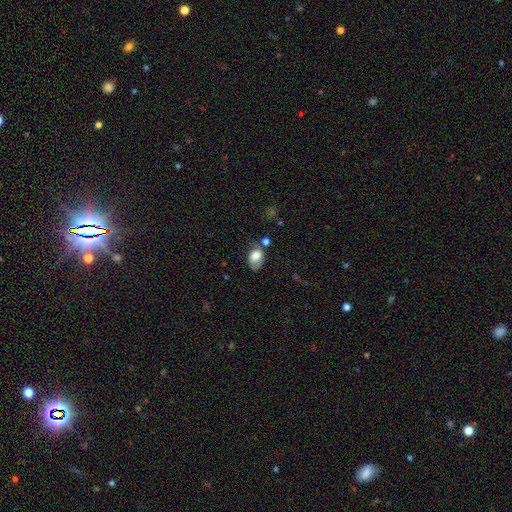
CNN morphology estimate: Smooth or featured: smooth — 70% (featured or disk — 21%)
How rounded: in between — 83% (round — 15%)
Merging: none — 38% (minor disturbance — 32%)